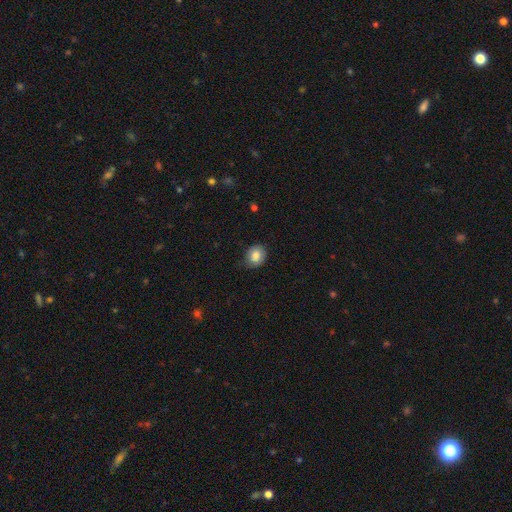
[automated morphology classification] This appears to be a smooth galaxy with no disk features (83%) that is round (64%). Merging: none (78%).